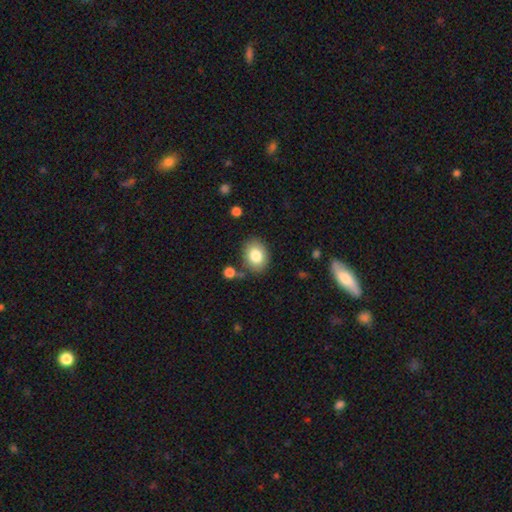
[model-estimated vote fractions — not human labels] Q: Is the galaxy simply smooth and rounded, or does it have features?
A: smooth — 81%.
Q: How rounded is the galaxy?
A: in between — 62%.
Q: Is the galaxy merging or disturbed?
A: none — 79%.